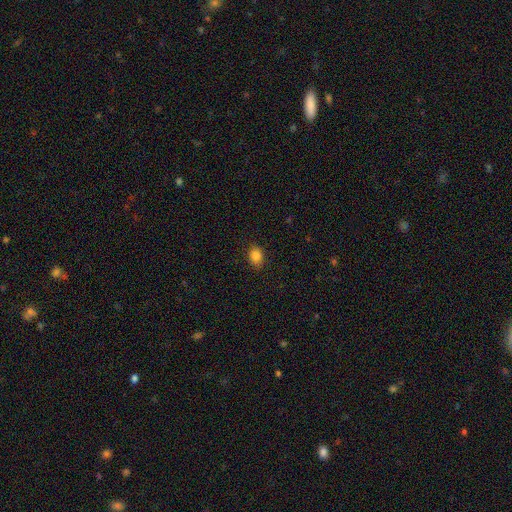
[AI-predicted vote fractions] Morphology: type=smooth (85%); roundness=in between (62%); merging=none (87%).